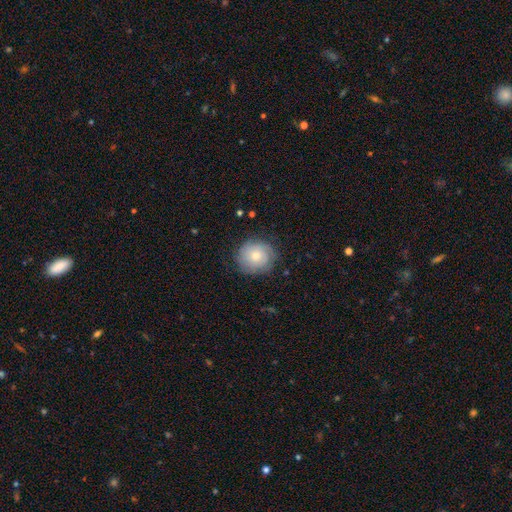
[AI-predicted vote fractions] Smooth or featured: smooth — 56% (featured or disk — 36%)
How rounded: round — 87% (in between — 13%)
Merging: none — 78% (minor disturbance — 16%)